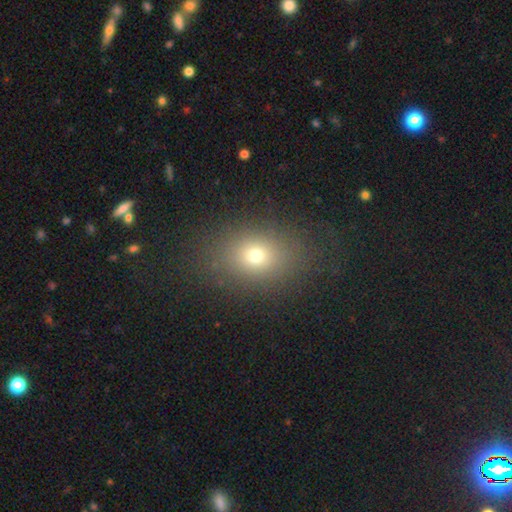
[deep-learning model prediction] Smooth or featured? Predicted: smooth (p=0.70). How rounded? Predicted: in between (p=0.57). Merging? Predicted: none (p=0.82).